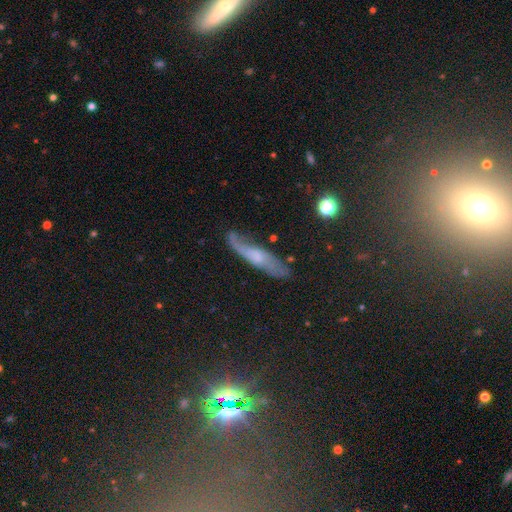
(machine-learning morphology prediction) smooth-or-featured: featured or disk: 54% | smooth: 34% | star or artifact: 12%
  disk-edge-on: no: 54% | yes: 46%
  merging: none: 61% | minor disturbance: 25% | major disturbance: 10% | merger: 4%